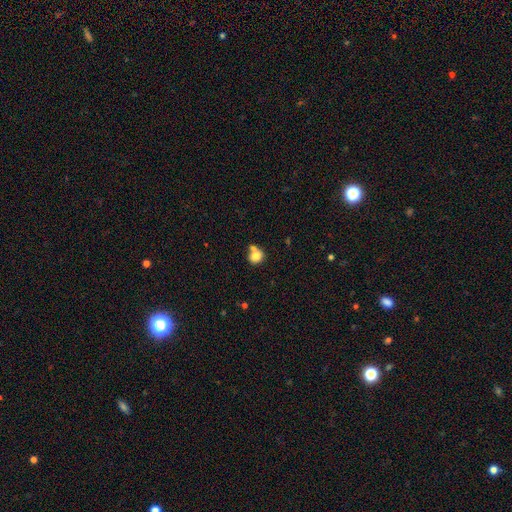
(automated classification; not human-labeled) Morphology: type=smooth (80%); roundness=round (77%); merging=none (50%).